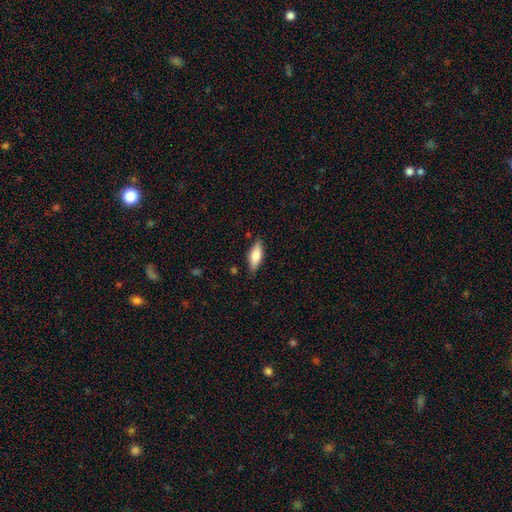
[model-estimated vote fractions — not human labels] A smooth galaxy with no disk features (71%) that is in between round and cigar-shaped (71%). Merging: none (84%).